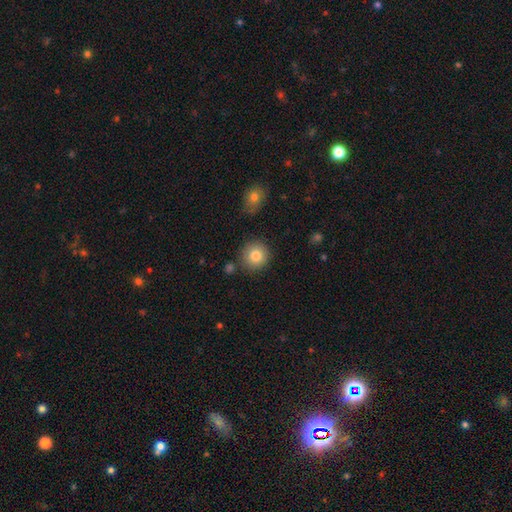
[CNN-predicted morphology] Smooth or featured: smooth — 82% (star or artifact — 9%)
How rounded: round — 92% (in between — 7%)
Merging: none — 85% (minor disturbance — 9%)